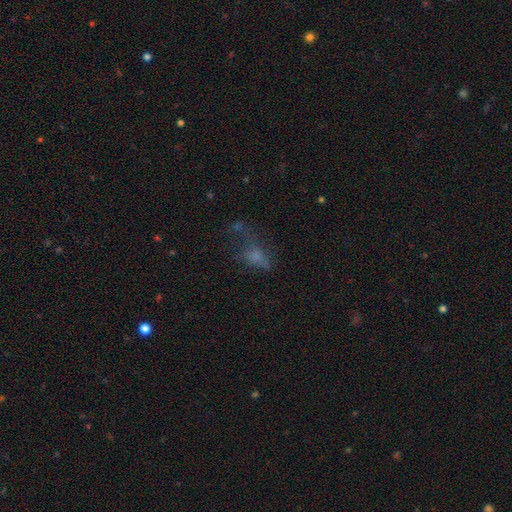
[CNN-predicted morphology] Q: Smooth or featured?
A: smooth (52%); runner-up: featured or disk (27%)
Q: How rounded?
A: in between (72%); runner-up: round (17%)
Q: Merging?
A: major disturbance (43%); runner-up: none (32%)